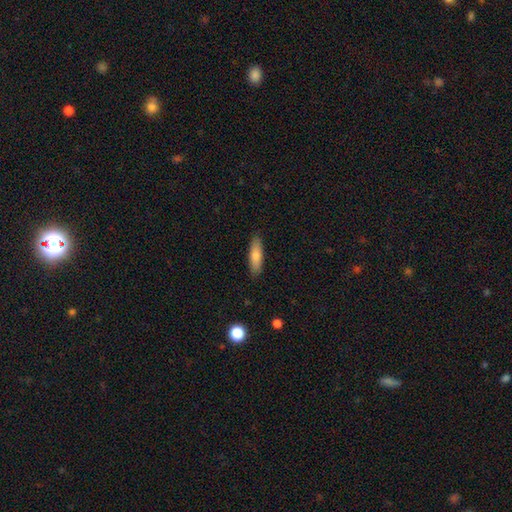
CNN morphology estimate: Q: Smooth or featured?
A: smooth (77%); runner-up: featured or disk (17%)
Q: How rounded?
A: cigar-shaped (56%); runner-up: in between (42%)
Q: Merging?
A: none (88%); runner-up: minor disturbance (9%)